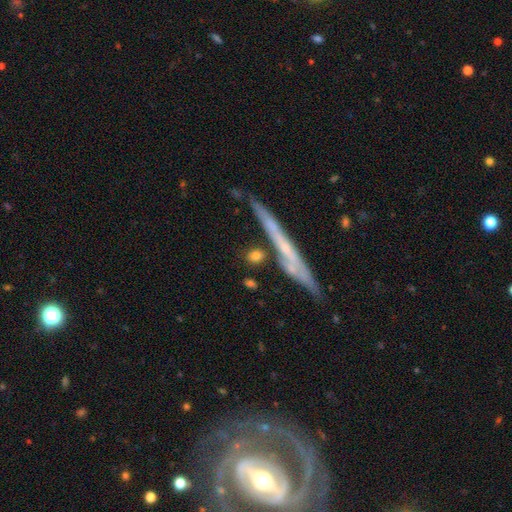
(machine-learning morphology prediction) smooth_or_featured: smooth (p=0.76) [alt: featured or disk p=0.17]
how_rounded: round (p=0.43) [alt: in between p=0.29]
merging: none (p=0.76) [alt: minor disturbance p=0.12]